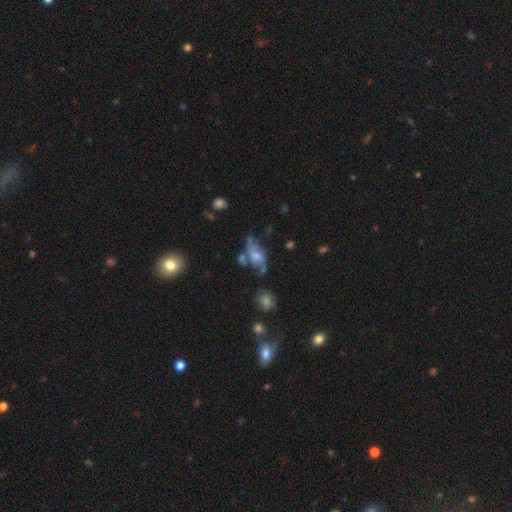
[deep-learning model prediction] smooth-or-featured: featured or disk: 60% | smooth: 29% | star or artifact: 11%
  disk-edge-on: no: 91% | yes: 9%
    bar: no: 58% | weak: 33% | strong: 9%
    has-spiral-arms: yes: 74% | no: 26%
    bulge-size: moderate: 37% | small: 26% | none: 20% | large: 15% | dominant: 2%
  merging: none: 37% | major disturbance: 24% | minor disturbance: 23% | merger: 16%